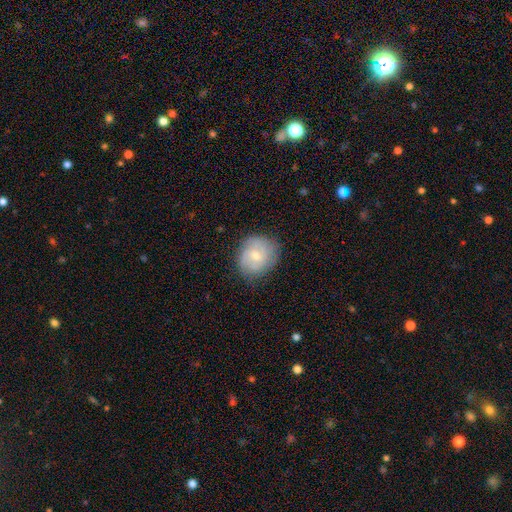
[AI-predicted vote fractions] smooth-or-featured: smooth: 51% | featured or disk: 42% | star or artifact: 7%
  how-rounded: round: 72% | in between: 27% | cigar-shaped: 1%
  merging: none: 74% | minor disturbance: 20% | major disturbance: 6% | merger: 1%